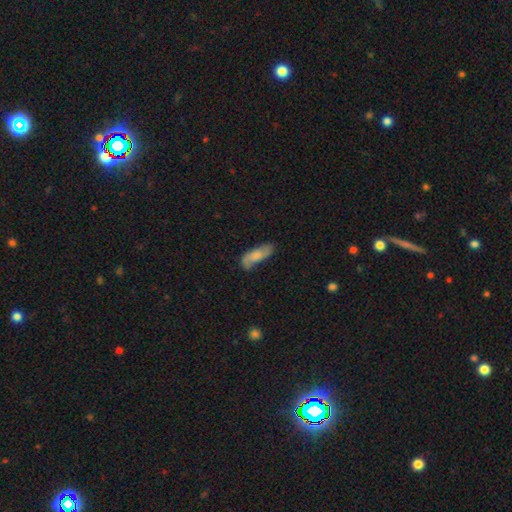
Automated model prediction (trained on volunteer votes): Smooth or featured? smooth (58%)
How rounded? in between (60%)
Merging? none (69%)